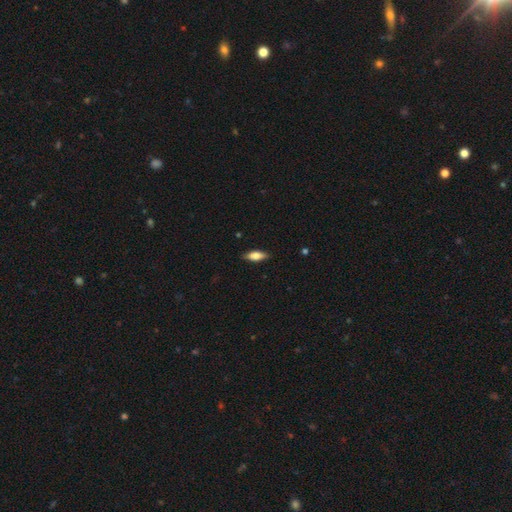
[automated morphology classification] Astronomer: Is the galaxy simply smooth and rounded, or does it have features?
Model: smooth — 66%.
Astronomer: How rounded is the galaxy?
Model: in between — 70%.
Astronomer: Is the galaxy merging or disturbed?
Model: none — 87%.